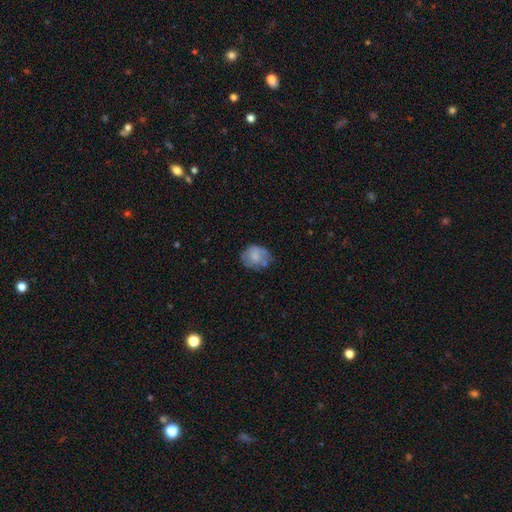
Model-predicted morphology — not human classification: Smooth or featured: smooth — 60% (featured or disk — 31%)
How rounded: round — 58% (in between — 41%)
Merging: none — 48% (minor disturbance — 32%)